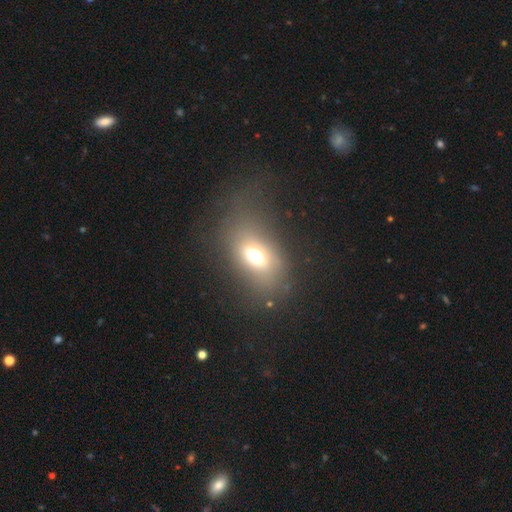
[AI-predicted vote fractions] smooth-or-featured: smooth: 63% | featured or disk: 22% | star or artifact: 16%
  how-rounded: in between: 77% | round: 20% | cigar-shaped: 4%
  merging: none: 61% | major disturbance: 18% | minor disturbance: 17% | merger: 3%